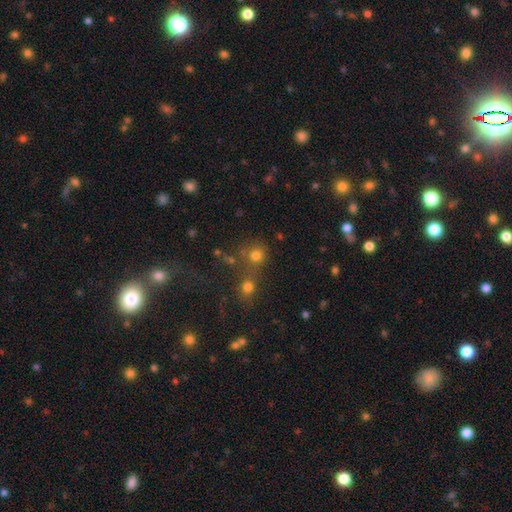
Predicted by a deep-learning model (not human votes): Smooth or featured?
  - smooth: 74% *
  - star or artifact: 18%
  - featured or disk: 8%
How rounded?
  - round: 88% *
  - in between: 10%
  - cigar-shaped: 1%
Merging?
  - none: 53% *
  - merger: 33%
  - minor disturbance: 8%
  - major disturbance: 6%